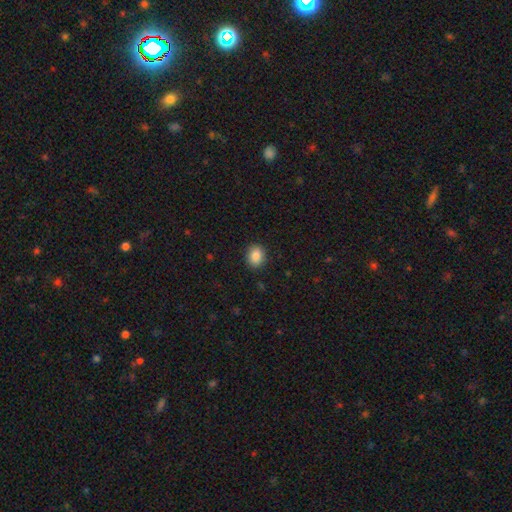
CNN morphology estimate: This is clearly a smooth galaxy (87%). How rounded: possibly round (58%). Merging: clearly none (90%).